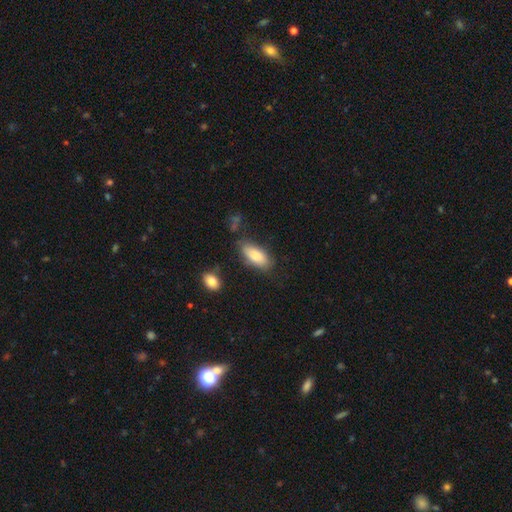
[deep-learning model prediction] A smooth galaxy with no disk features (84%) that is in between round and cigar-shaped (85%).

Vote fractions:
- Smooth or featured? smooth: 84% / featured or disk: 10% / star or artifact: 6%
- How rounded? in between: 85% / cigar-shaped: 12% / round: 2%
- Merging? none: 70% / minor disturbance: 20% / major disturbance: 6% / merger: 4%